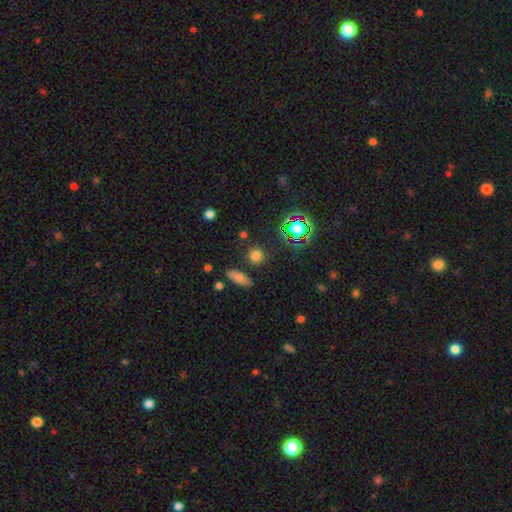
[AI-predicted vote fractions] Q: Smooth or featured?
A: smooth (72%); runner-up: star or artifact (21%)
Q: How rounded?
A: round (86%); runner-up: in between (12%)
Q: Merging?
A: none (84%); runner-up: minor disturbance (8%)